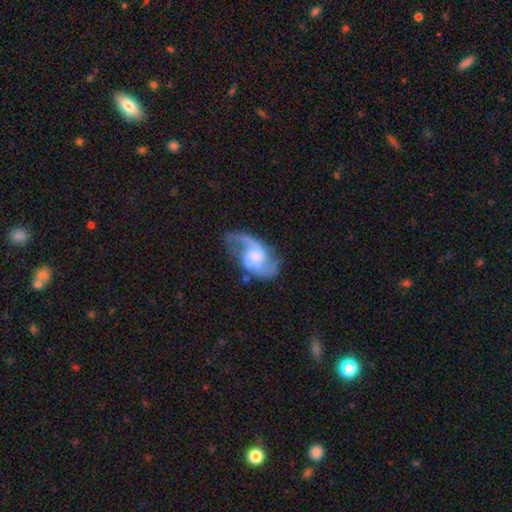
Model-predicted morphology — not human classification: This is clearly a featured or disk galaxy (86%). It is clearly not viewed edge-on (97%). Bar: possibly no (49%). Spiral arm pattern: clearly yes (96%). Spiral arm count: clearly 2 (86%). Spiral winding: marginally loose (45%). Central bulge: marginally moderate (34%, tied with small). Merging: likely none (62%).